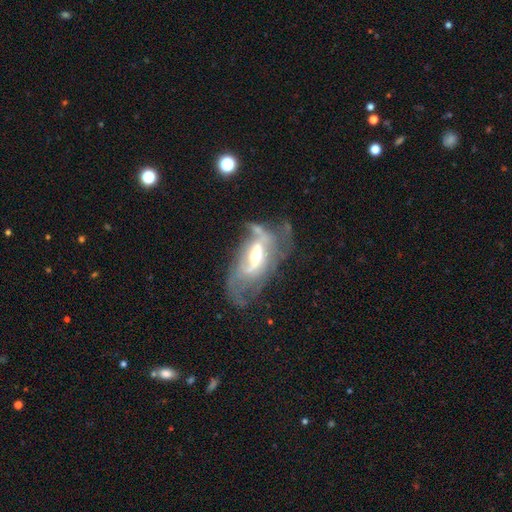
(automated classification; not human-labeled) This is likely a featured or disk galaxy (77%). It is clearly not viewed edge-on (89%). Bar: marginally weak (41%). Spiral arm pattern: likely yes (72%). Central bulge: likely moderate (63%). Merging: marginally none (34%).